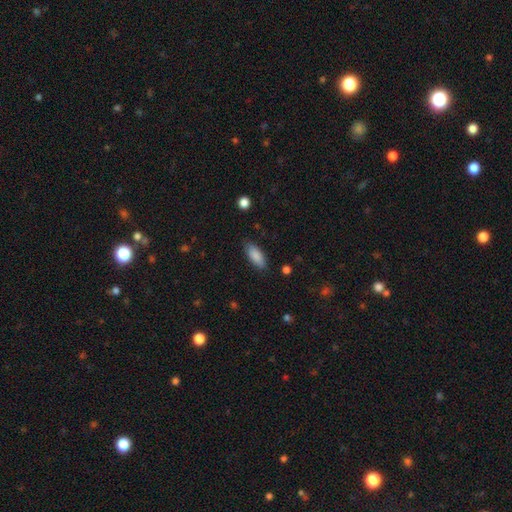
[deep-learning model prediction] A smooth galaxy with no disk features (88%) that is in between round and cigar-shaped (79%). Merging: none (84%).